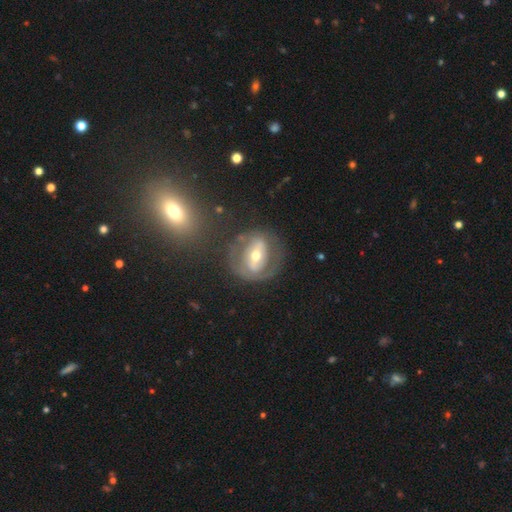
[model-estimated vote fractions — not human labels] Smooth or featured?
  - featured or disk: 72% *
  - smooth: 21%
  - star or artifact: 7%
Edge-on disk?
  - no: 94% *
  - yes: 6%
Bar?
  - strong: 46% *
  - weak: 30%
  - no: 23%
Spiral arms?
  - yes: 59% *
  - no: 41%
Bulge size?
  - moderate: 63% *
  - small: 30%
  - large: 5%
  - dominant: 1%
  - none: 1%
Merging?
  - none: 67% *
  - minor disturbance: 16%
  - major disturbance: 13%
  - merger: 4%